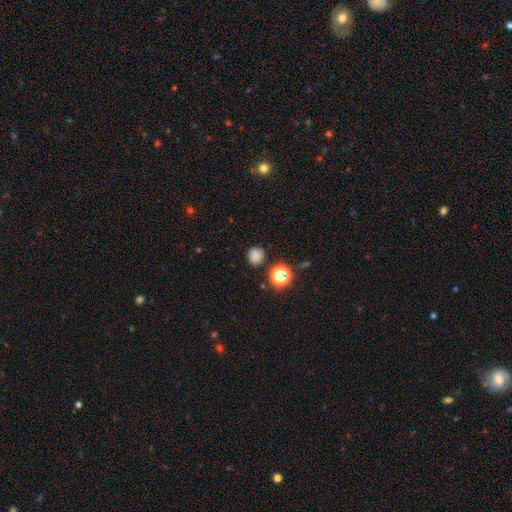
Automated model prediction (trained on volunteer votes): This is likely a smooth galaxy (78%). How rounded: clearly round (90%). Merging: clearly none (85%).